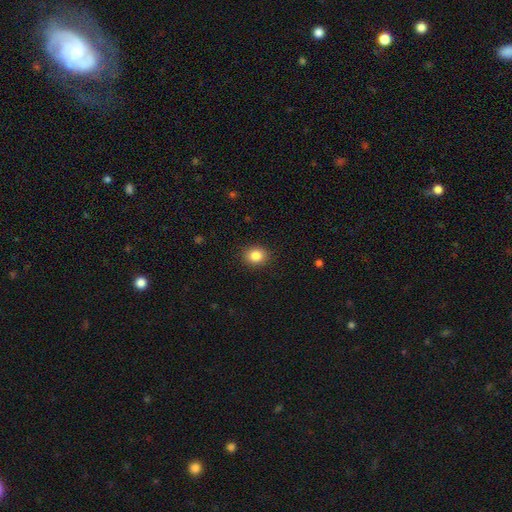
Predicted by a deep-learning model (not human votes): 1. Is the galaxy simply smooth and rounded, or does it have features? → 85% smooth, 10% star or artifact, 5% featured or disk.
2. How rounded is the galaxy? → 62% round, 37% in between, 1% cigar-shaped.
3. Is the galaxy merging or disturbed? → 90% none, 7% minor disturbance, 2% major disturbance, 1% merger.